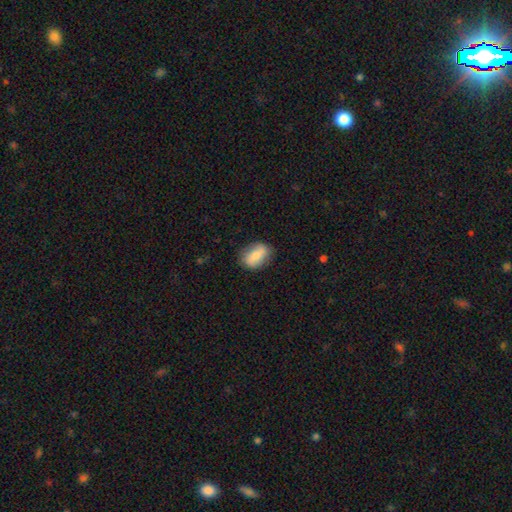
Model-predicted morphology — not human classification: smooth-or-featured: smooth: 71% | featured or disk: 22% | star or artifact: 7%
  how-rounded: in between: 81% | round: 16% | cigar-shaped: 3%
  merging: none: 77% | minor disturbance: 17% | major disturbance: 4% | merger: 1%